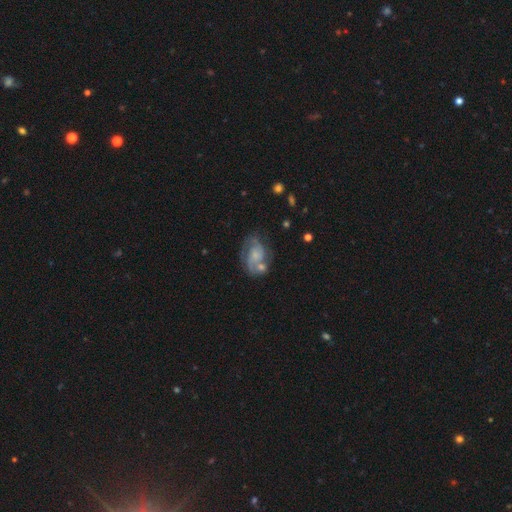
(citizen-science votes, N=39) featured or disk 79%, smooth 18%, star or artifact 3%. Down the decision tree: edge-on disk — no (100%); bar — no (71%); spiral arms — yes (84%); spiral arm count — 2 (85%); spiral winding — medium (50%); bulge size — small (55%); merging — none (47%).